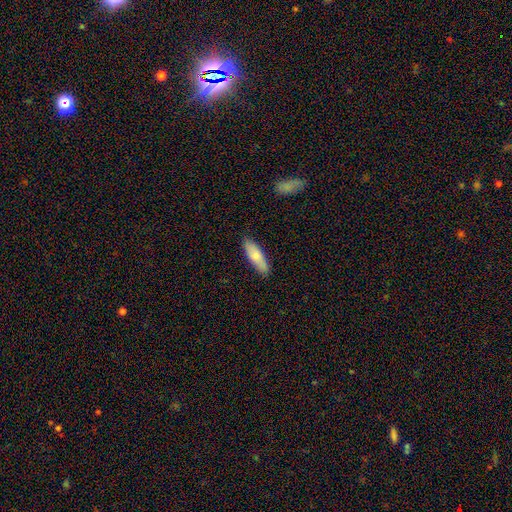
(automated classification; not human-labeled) The model was most divided on "how rounded": in between: 53%, cigar-shaped: 46%, round: 2%. More confident: merging — none (85%); smooth or featured — smooth (77%).